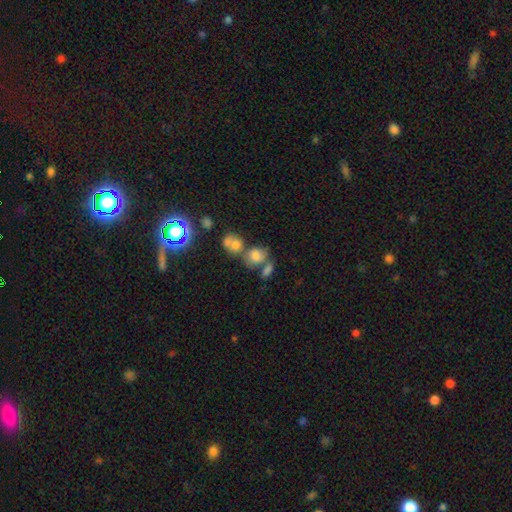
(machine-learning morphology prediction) A smooth galaxy with no disk features (68%) that is round (53%).

Vote fractions:
- Smooth or featured? smooth: 68% / star or artifact: 16% / featured or disk: 16%
- How rounded? round: 53% / in between: 46% / cigar-shaped: 2%
- Merging? merger: 47% / none: 33% / minor disturbance: 12% / major disturbance: 8%